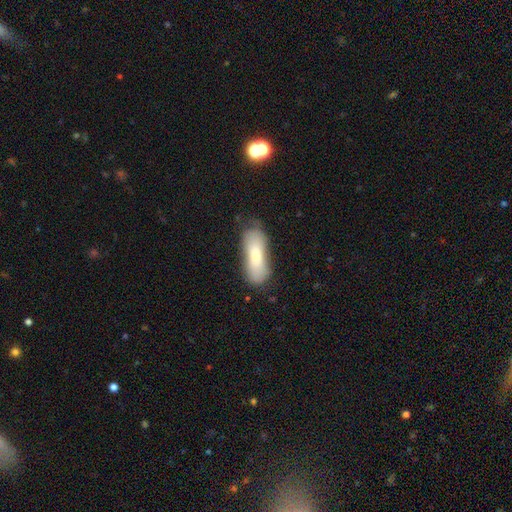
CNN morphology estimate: smooth_or_featured: smooth (p=0.73) [alt: featured or disk p=0.19]
how_rounded: in between (p=0.66) [alt: cigar-shaped p=0.31]
merging: none (p=0.62) [alt: minor disturbance p=0.27]